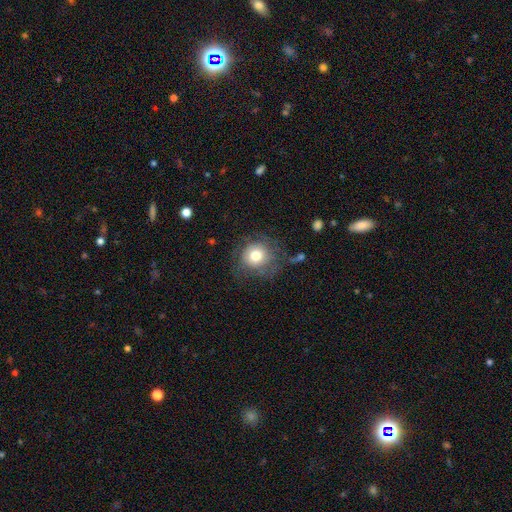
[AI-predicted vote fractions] Overall: smooth (70%). How rounded: round (88%). Merging: none (64%).